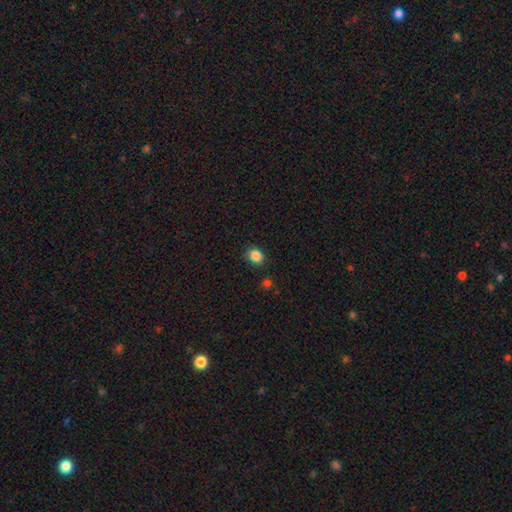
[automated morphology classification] This is clearly a smooth galaxy (86%). How rounded: possibly round (58%). Merging: clearly none (85%).